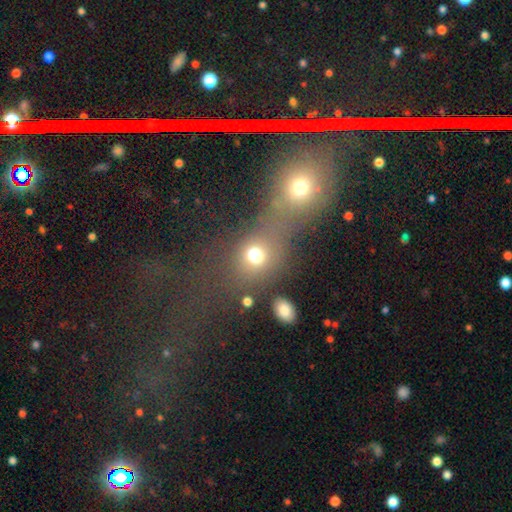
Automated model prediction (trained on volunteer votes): Morphology: type=smooth (71%); roundness=round (69%); merging=merger (56%).